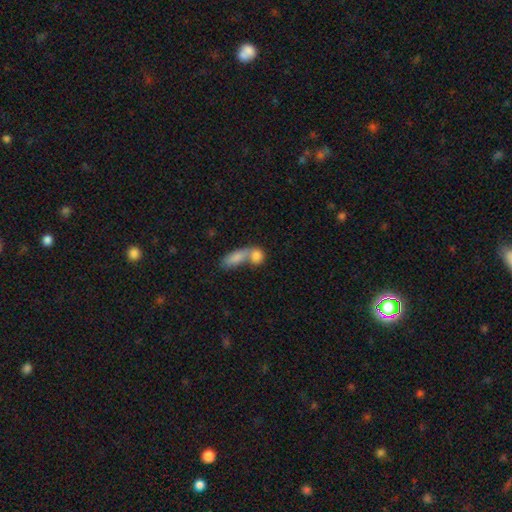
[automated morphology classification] This appears to be a smooth galaxy with no disk features (81%) that is in between round and cigar-shaped (45%). Merging: merger (59%).